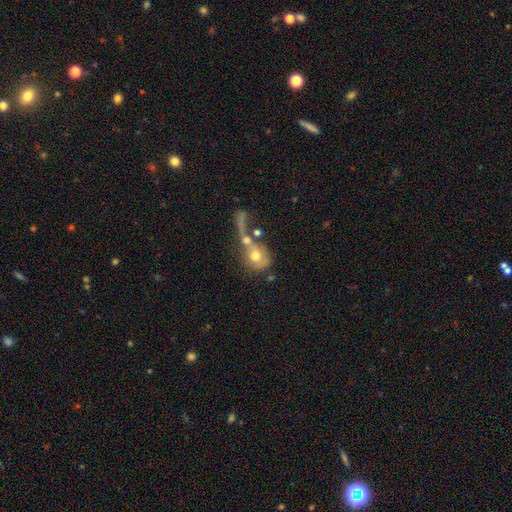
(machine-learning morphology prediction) A smooth galaxy with no disk features (55%) that is round (66%).

Vote fractions:
- Smooth or featured? smooth: 55% / featured or disk: 34% / star or artifact: 11%
- How rounded? round: 66% / in between: 30% / cigar-shaped: 4%
- Merging? merger: 46% / none: 23% / major disturbance: 21% / minor disturbance: 10%